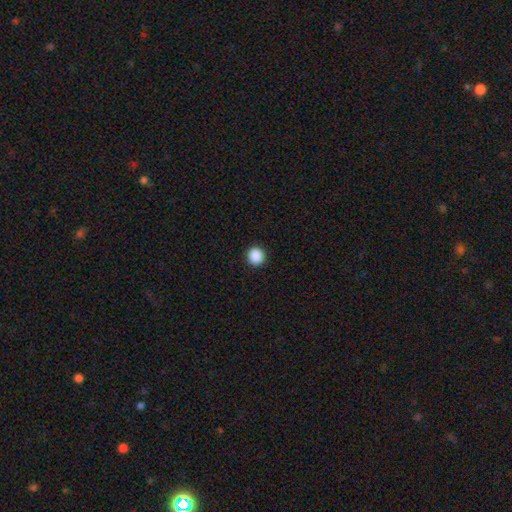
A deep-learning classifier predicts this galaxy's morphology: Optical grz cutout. It shows a smooth galaxy with no disk features (89%) that is round (92%). Merging: none (93%).